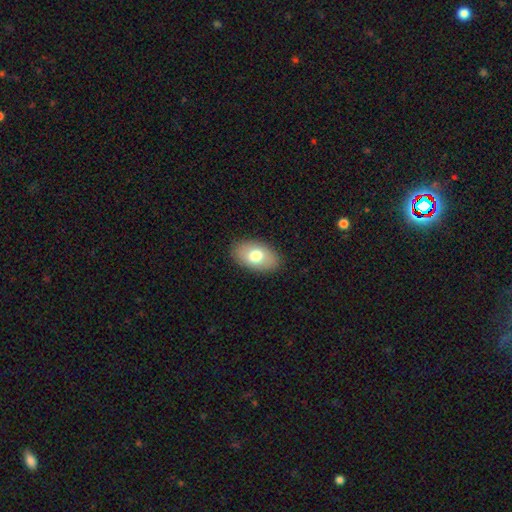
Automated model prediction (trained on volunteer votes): Morphology: type=smooth (73%); roundness=in between (92%); merging=none (87%).